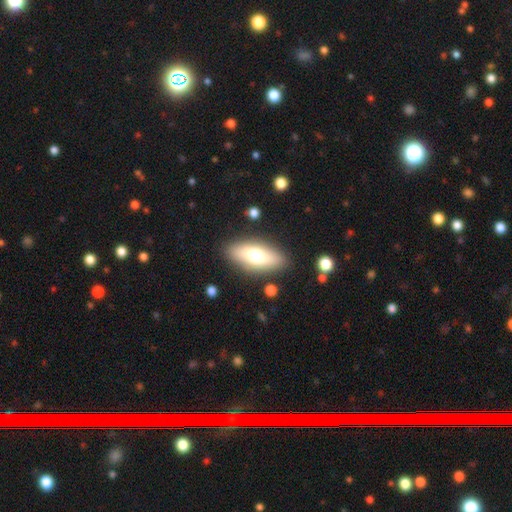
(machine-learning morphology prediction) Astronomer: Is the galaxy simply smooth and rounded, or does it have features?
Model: smooth — 65%.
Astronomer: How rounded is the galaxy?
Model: in between — 78%.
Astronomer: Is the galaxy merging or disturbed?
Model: none — 86%.